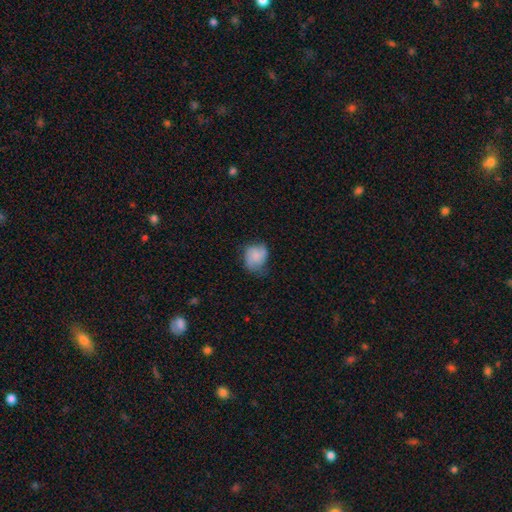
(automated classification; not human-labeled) This appears to be a smooth galaxy with no disk features (68%) that is round (58%). Merging: none (48%).